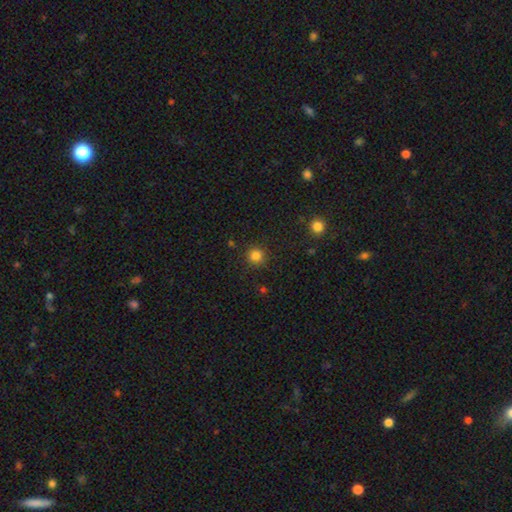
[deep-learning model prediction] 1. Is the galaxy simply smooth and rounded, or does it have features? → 82% smooth, 13% star or artifact, 4% featured or disk.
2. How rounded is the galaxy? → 92% round, 7% in between, 1% cigar-shaped.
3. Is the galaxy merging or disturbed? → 88% none, 8% minor disturbance, 3% major disturbance, 2% merger.